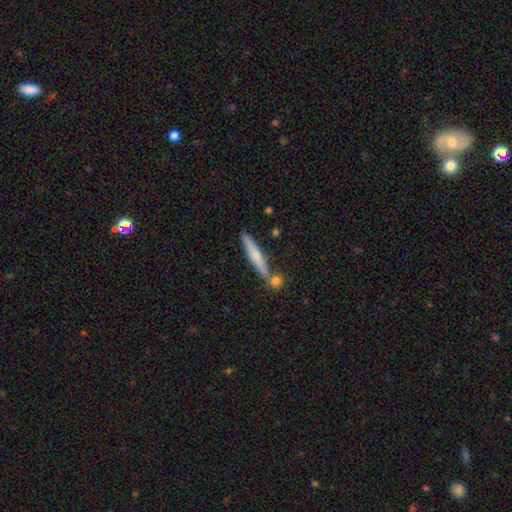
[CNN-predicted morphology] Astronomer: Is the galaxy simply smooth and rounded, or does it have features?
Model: smooth — 51% (runner-up: featured or disk, 43%).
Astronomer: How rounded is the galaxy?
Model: cigar-shaped — 93%.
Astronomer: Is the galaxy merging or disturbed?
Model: none — 76%.